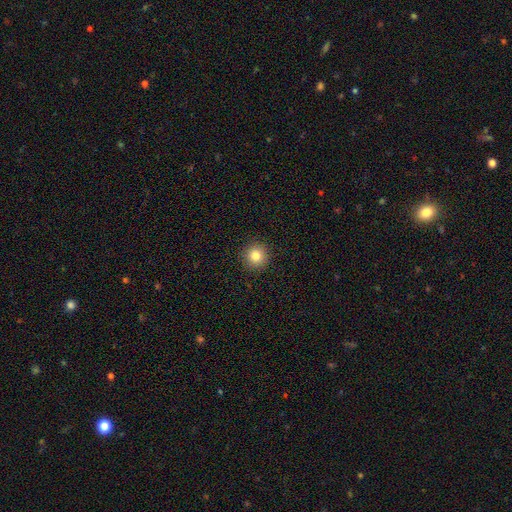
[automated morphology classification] smooth 82%, star or artifact 11%, featured or disk 7%. Down the decision tree: how rounded — round (94%); merging — none (92%).